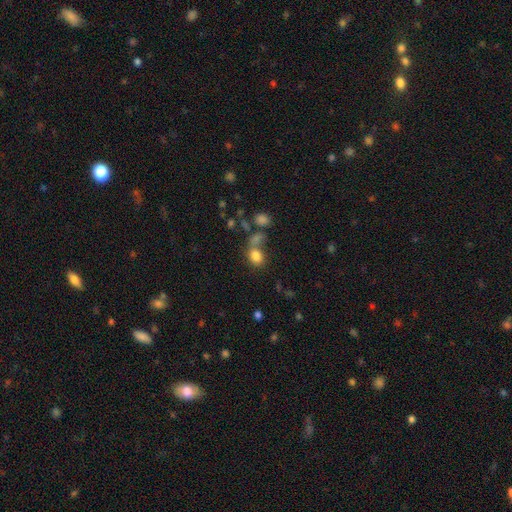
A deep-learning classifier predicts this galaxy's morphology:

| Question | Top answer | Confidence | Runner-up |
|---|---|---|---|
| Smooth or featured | smooth | 80% | star or artifact (12%) |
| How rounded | in between | 56% | round (43%) |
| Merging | none | 48% | merger (30%) |